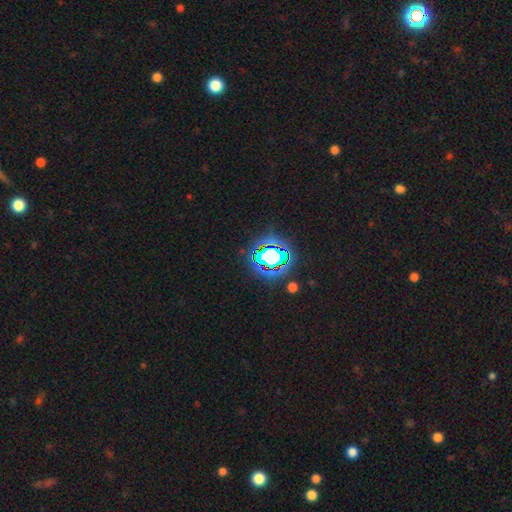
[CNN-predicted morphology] The model was most divided on "smooth or featured": star or artifact: 83%, smooth: 10%, featured or disk: 6%.